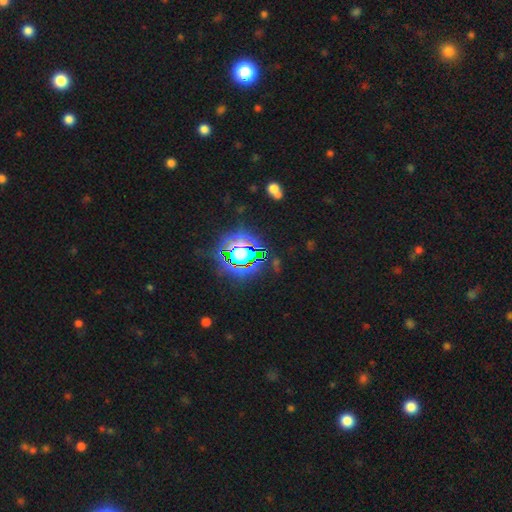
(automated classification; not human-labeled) Smooth or featured: star or artifact — 78% (smooth — 12%)